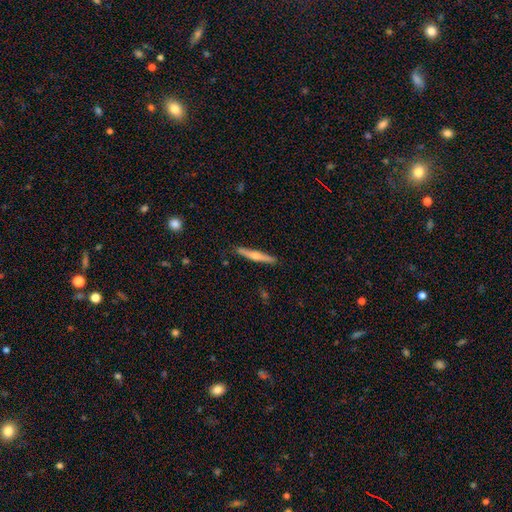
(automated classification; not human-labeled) smooth_or_featured: featured or disk (p=0.50) [alt: smooth p=0.44]
disk_edge_on: yes (p=0.97) [alt: no p=0.03]
merging: none (p=0.88) [alt: minor disturbance p=0.09]